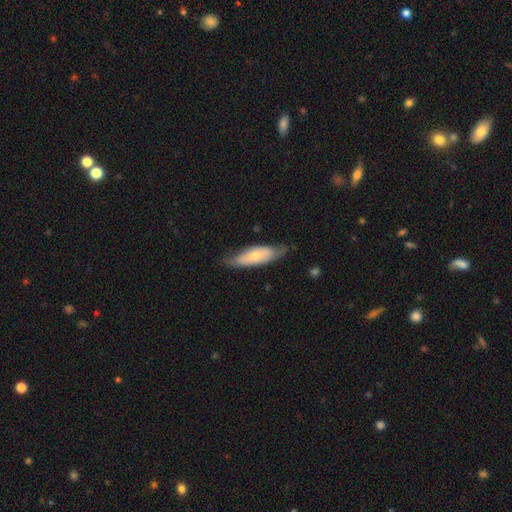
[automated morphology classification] type=smooth (59%); roundness=in between (63%); merging=none (69%).